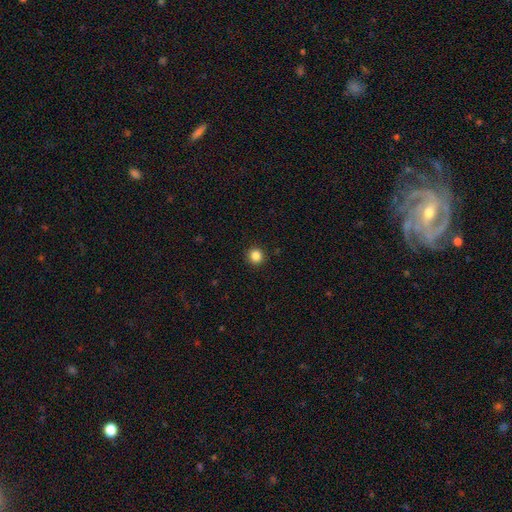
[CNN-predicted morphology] smooth 85%, star or artifact 11%, featured or disk 3%. Down the decision tree: how rounded — round (91%); merging — none (92%).